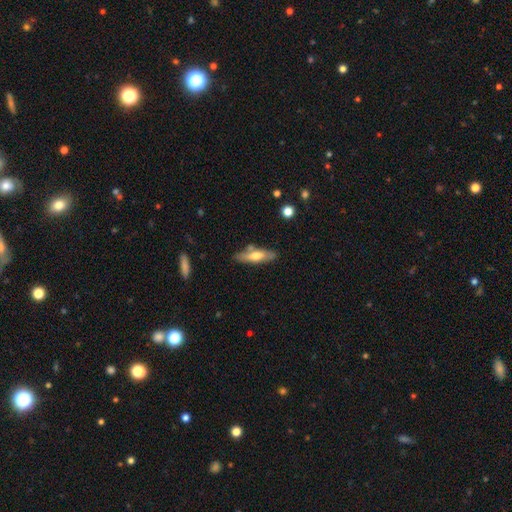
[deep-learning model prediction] Smooth or featured? Predicted: smooth (p=0.52). How rounded? Predicted: cigar-shaped (p=0.60). Merging? Predicted: none (p=0.75).